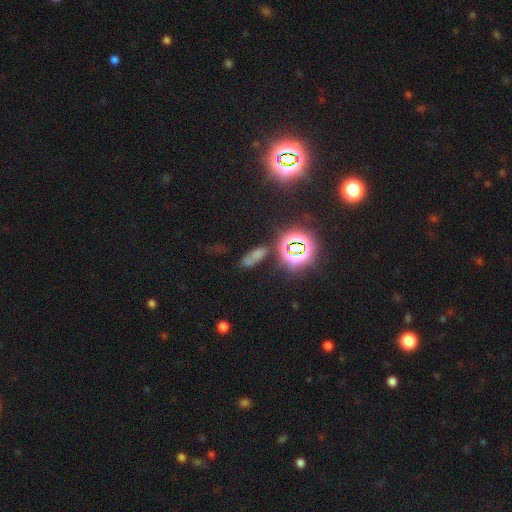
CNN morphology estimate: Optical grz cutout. It shows a smooth galaxy with no disk features (51%) that is in between round and cigar-shaped (67%). Merging: none (58%).